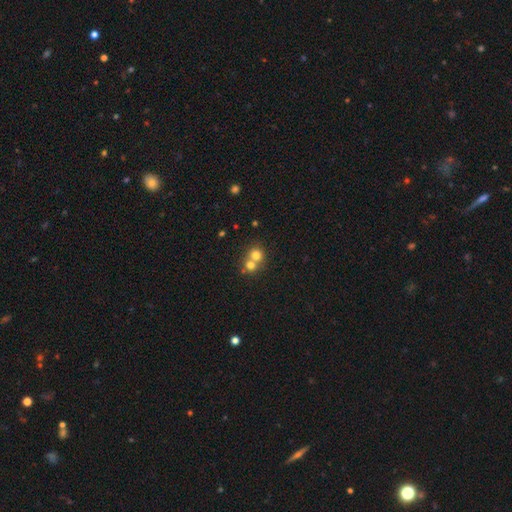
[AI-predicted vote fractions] The model was most divided on "merging": merger: 58%, none: 35%, minor disturbance: 4%, major disturbance: 2%. More confident: how rounded — round (84%); smooth or featured — smooth (73%).